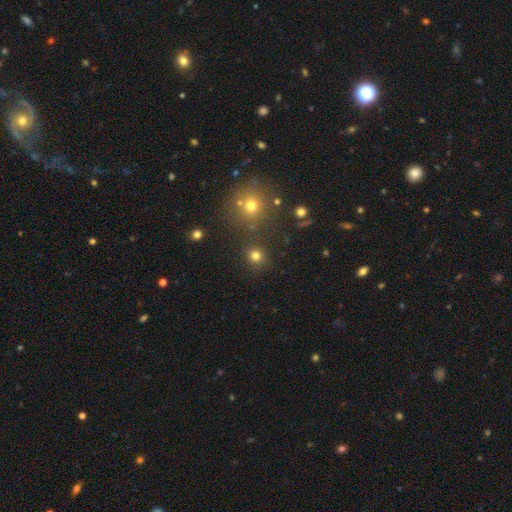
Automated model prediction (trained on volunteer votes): Smooth or featured: smooth — 77% (star or artifact — 17%)
How rounded: round — 86% (in between — 13%)
Merging: none — 83% (minor disturbance — 8%)